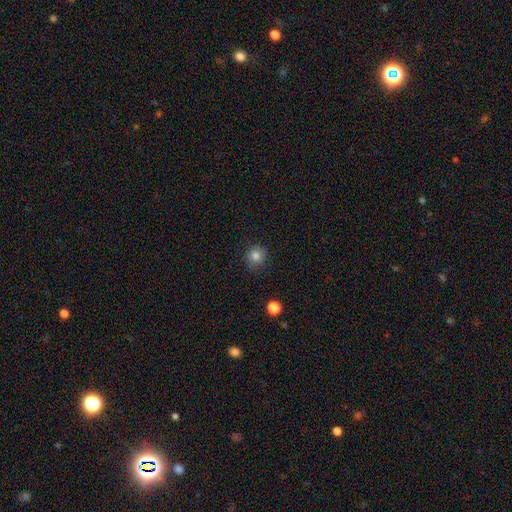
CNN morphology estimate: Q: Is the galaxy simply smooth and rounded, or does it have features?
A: smooth — 82%.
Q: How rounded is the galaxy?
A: round — 89%.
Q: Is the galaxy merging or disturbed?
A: none — 86%.